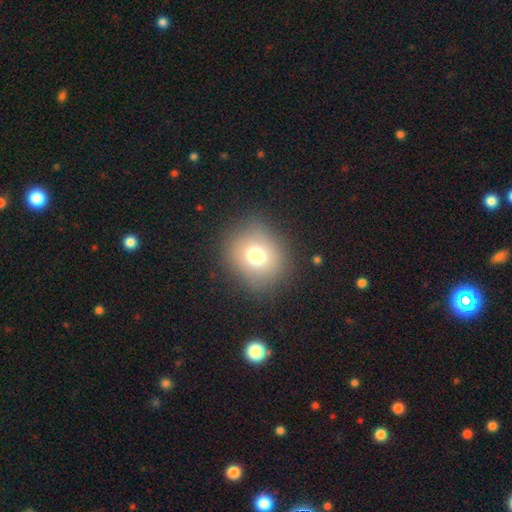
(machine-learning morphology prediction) type=smooth (72%); roundness=round (81%); merging=none (85%).